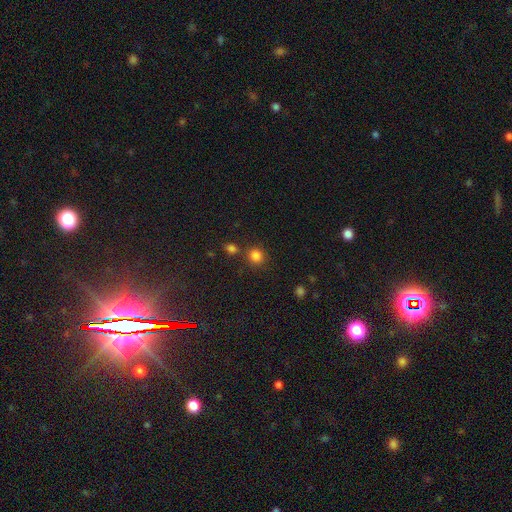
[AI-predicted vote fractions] smooth 82%, star or artifact 14%, featured or disk 4%. Down the decision tree: how rounded — round (82%); merging — none (73%).